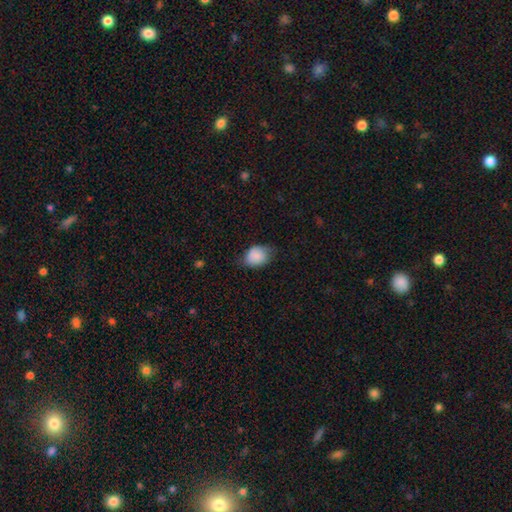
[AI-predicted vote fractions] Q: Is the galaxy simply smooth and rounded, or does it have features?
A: smooth — 84%.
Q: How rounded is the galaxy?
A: in between — 66%.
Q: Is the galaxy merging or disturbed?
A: none — 58%.